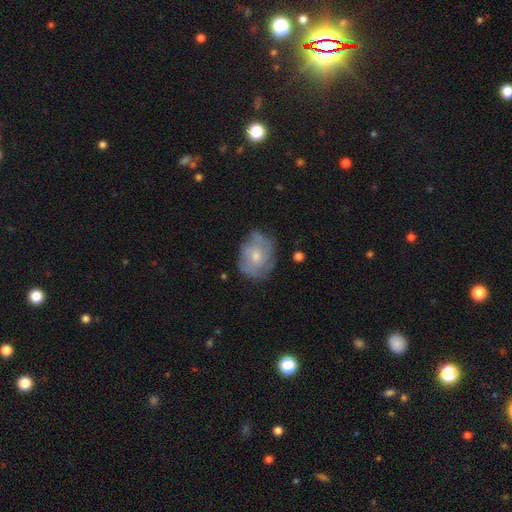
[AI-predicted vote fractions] Smooth or featured? Predicted: featured or disk (p=0.55). Edge-on disk? Predicted: no (p=0.97). Bar? Predicted: no (p=0.78). Spiral arms? Predicted: yes (p=0.61). Bulge size? Predicted: moderate (p=0.57). Merging? Predicted: none (p=0.64).